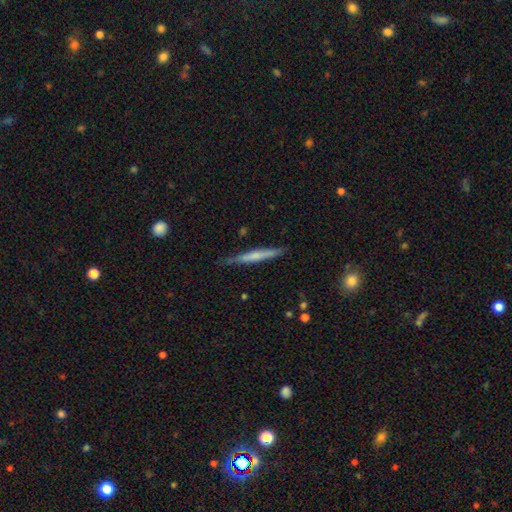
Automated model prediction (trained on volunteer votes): Q: Smooth or featured?
A: smooth (49%); runner-up: featured or disk (45%)
Q: Merging?
A: none (80%); runner-up: minor disturbance (16%)